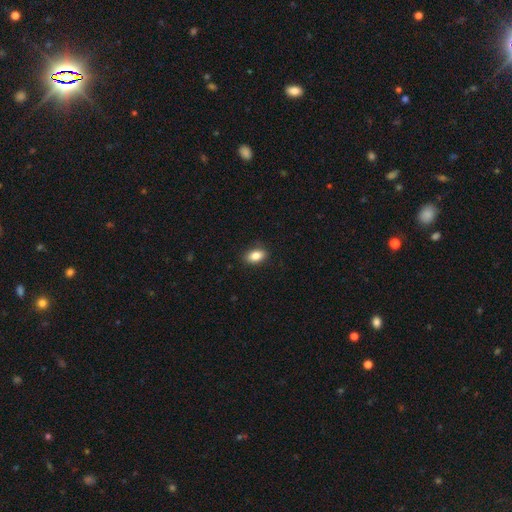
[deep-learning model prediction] smooth 85%, star or artifact 8%, featured or disk 7%. Down the decision tree: how rounded — in between (86%); merging — none (87%).